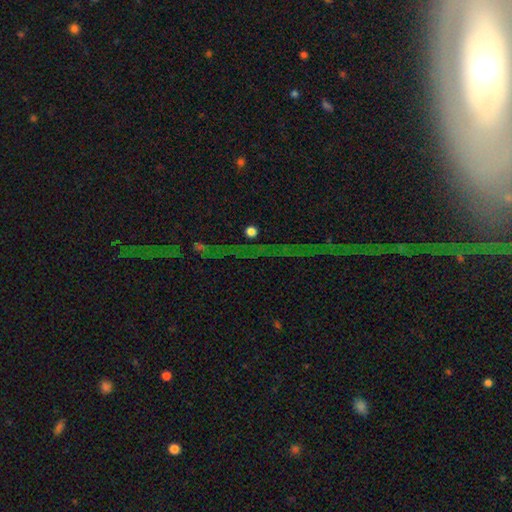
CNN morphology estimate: Smooth or featured? star or artifact (76%)